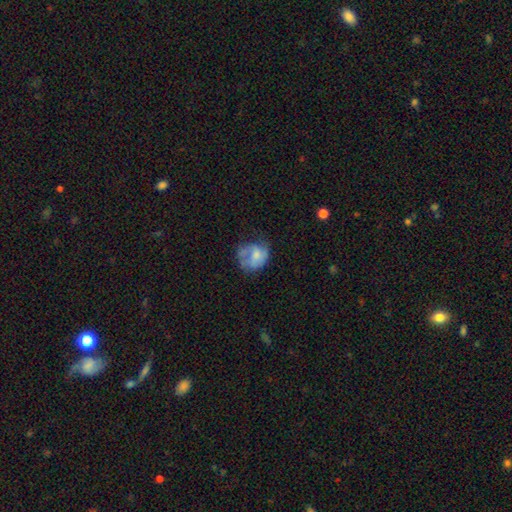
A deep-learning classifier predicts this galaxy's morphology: This appears to be a smooth galaxy with no disk features (47%). Merging: none (43%).